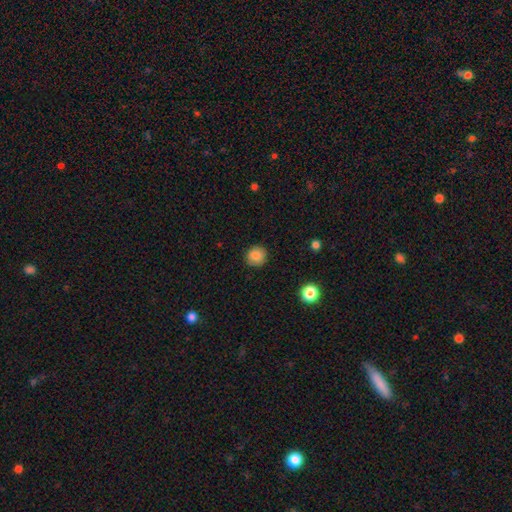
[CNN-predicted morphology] Q: Smooth or featured?
A: smooth (86%); runner-up: star or artifact (9%)
Q: How rounded?
A: round (89%); runner-up: in between (11%)
Q: Merging?
A: none (89%); runner-up: minor disturbance (8%)